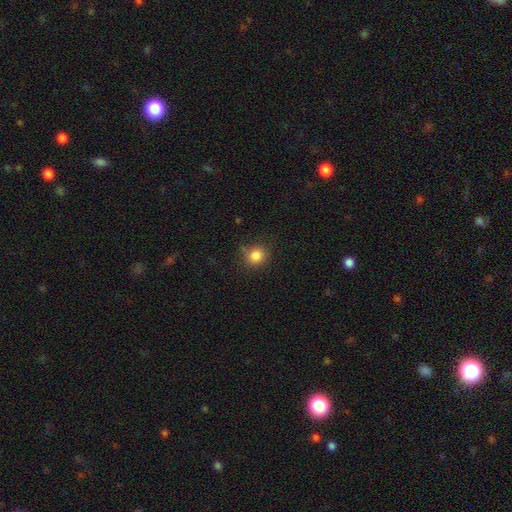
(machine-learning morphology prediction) This appears to be a smooth galaxy with no disk features (84%) that is round (81%). Merging: none (75%).